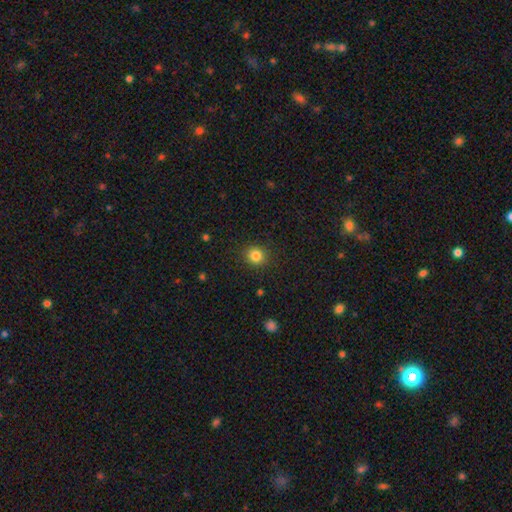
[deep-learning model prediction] Morphology: type=smooth (84%); roundness=round (86%); merging=none (90%).